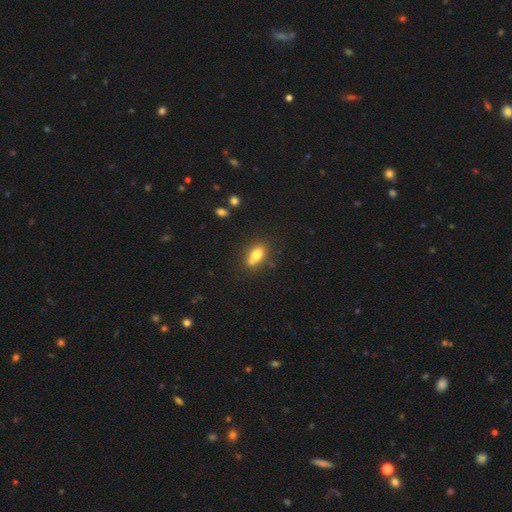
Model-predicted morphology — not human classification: Q: Smooth or featured?
A: smooth (74%); runner-up: featured or disk (17%)
Q: How rounded?
A: in between (78%); runner-up: round (15%)
Q: Merging?
A: none (58%); runner-up: merger (22%)